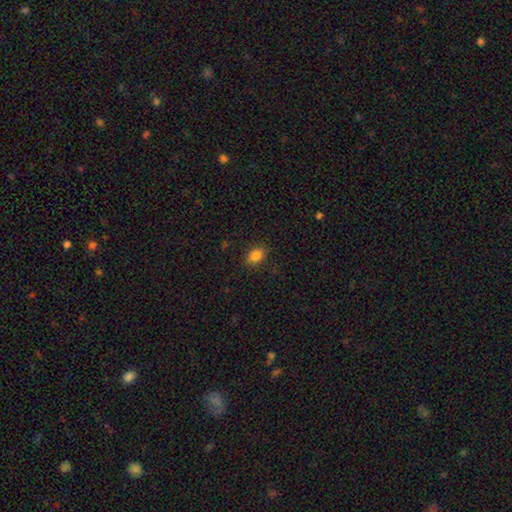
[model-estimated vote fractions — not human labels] smooth_or_featured: smooth (p=0.84) [alt: star or artifact p=0.11]
how_rounded: in between (p=0.71) [alt: round p=0.27]
merging: none (p=0.87) [alt: minor disturbance p=0.10]